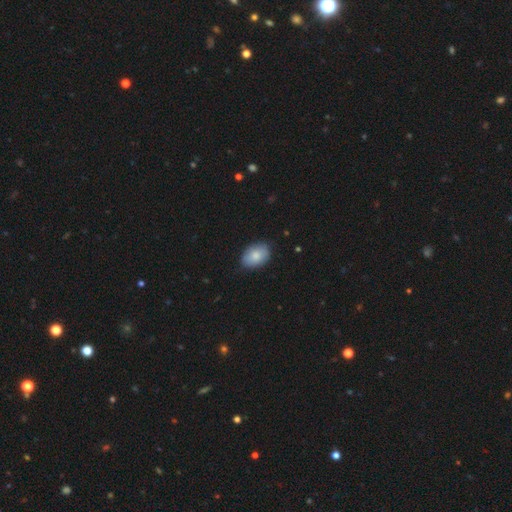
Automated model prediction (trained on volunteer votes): The model was most divided on "merging": none: 82%, minor disturbance: 15%, major disturbance: 2%, merger: 1%. More confident: how rounded — in between (86%); smooth or featured — smooth (83%).